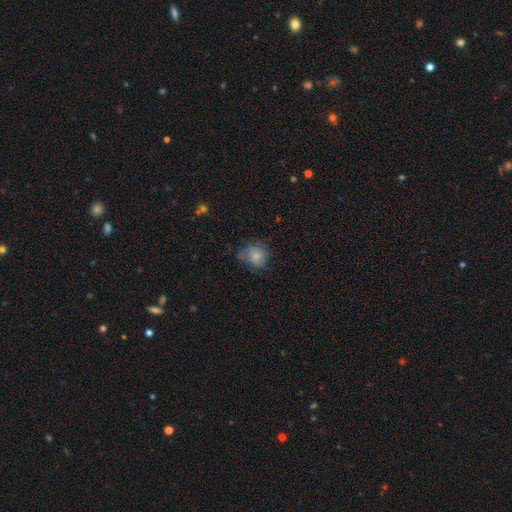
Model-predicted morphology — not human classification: This is likely a smooth galaxy (75%). How rounded: likely round (74%). Merging: possibly none (54%).